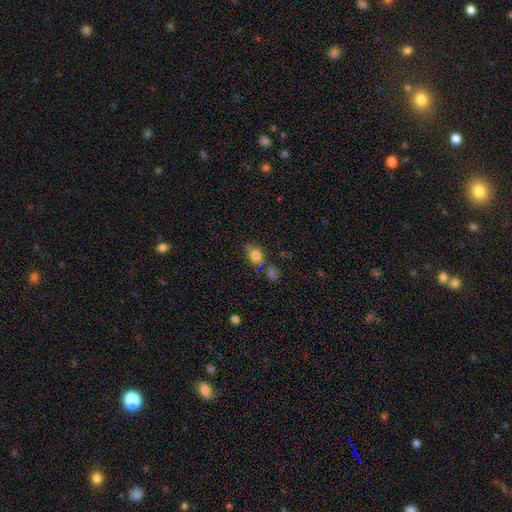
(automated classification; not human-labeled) Smooth or featured? smooth (78%)
How rounded? round (63%)
Merging? none (61%)